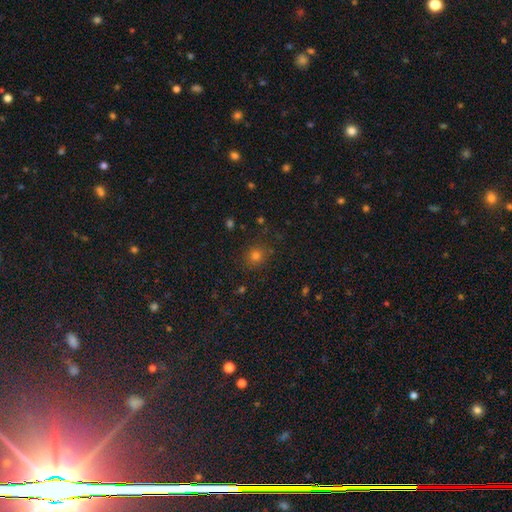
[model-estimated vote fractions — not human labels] A smooth galaxy with no disk features (71%) that is round (86%). Merging: none (87%).